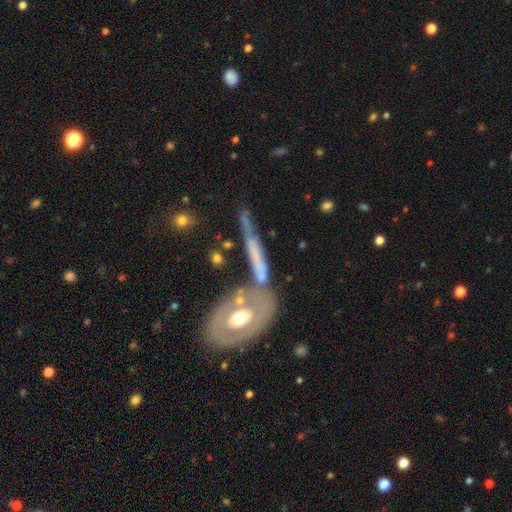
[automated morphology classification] This appears to be a featured or disk galaxy (59%) viewed edge-on (57%). Merging: none (50%).